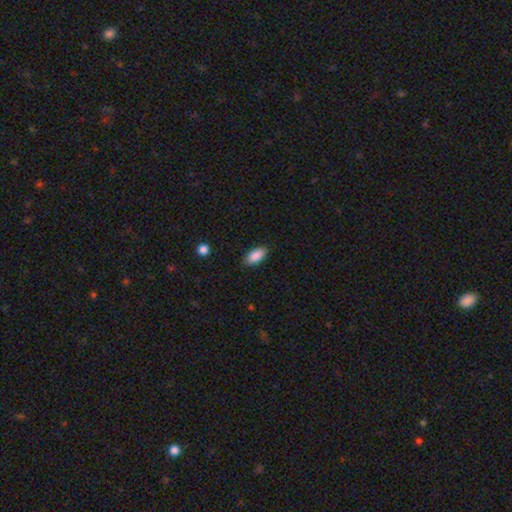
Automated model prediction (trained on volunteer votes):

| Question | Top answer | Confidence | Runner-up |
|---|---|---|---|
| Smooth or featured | smooth | 89% | star or artifact (7%) |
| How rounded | in between | 92% | cigar-shaped (5%) |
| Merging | none | 86% | minor disturbance (10%) |